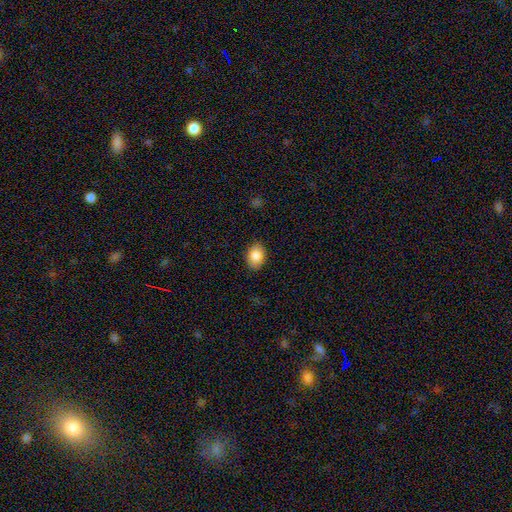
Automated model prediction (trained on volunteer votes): The model was most divided on "how rounded": in between: 74%, round: 25%, cigar-shaped: 1%. More confident: merging — none (87%); smooth or featured — smooth (86%).